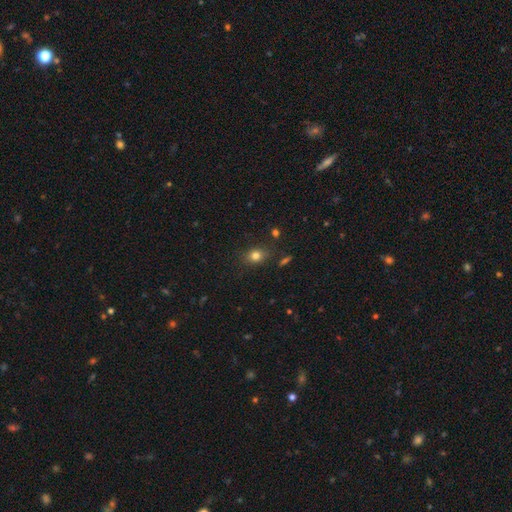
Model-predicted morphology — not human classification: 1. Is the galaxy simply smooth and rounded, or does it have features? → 79% smooth, 13% star or artifact, 8% featured or disk.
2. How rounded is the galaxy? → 50% round, 49% in between, 2% cigar-shaped.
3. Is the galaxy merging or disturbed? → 82% none, 12% minor disturbance, 3% major disturbance, 2% merger.